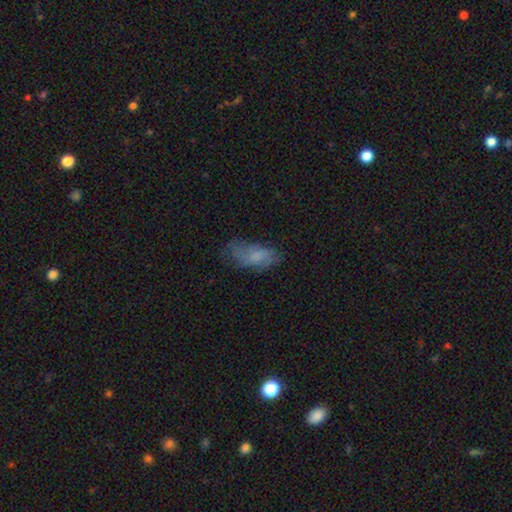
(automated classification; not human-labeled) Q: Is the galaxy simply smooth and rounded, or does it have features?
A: smooth — 64%.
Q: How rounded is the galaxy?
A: in between — 84%.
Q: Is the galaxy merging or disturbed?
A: none — 52%.